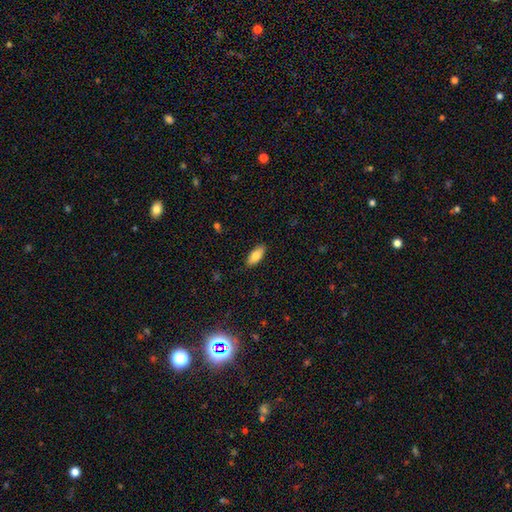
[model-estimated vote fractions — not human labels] The model was most divided on "smooth or featured": smooth: 82%, featured or disk: 12%, star or artifact: 7%. More confident: merging — none (87%); how rounded — in between (84%).